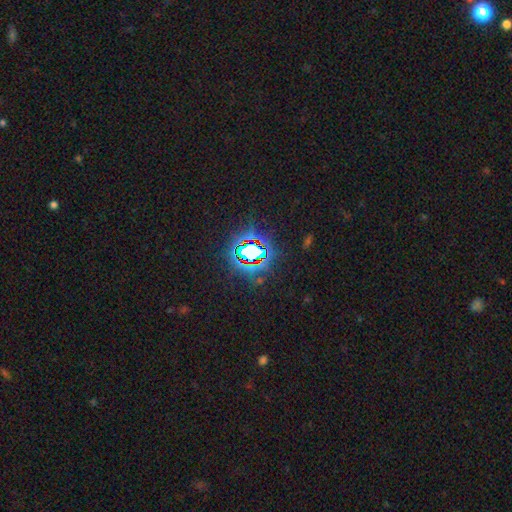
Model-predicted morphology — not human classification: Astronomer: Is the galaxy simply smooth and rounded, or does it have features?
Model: star or artifact — 76%.